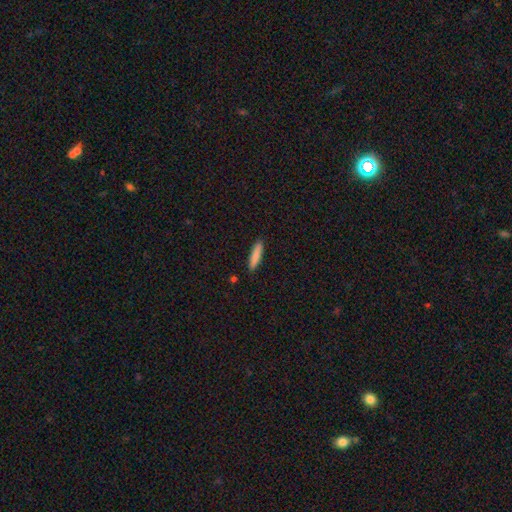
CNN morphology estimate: smooth_or_featured: smooth (p=0.84) [alt: featured or disk p=0.10]
how_rounded: cigar-shaped (p=0.83) [alt: in between p=0.16]
merging: none (p=0.90) [alt: minor disturbance p=0.07]